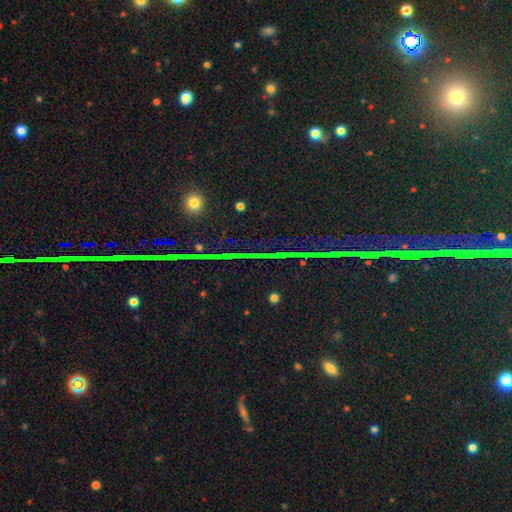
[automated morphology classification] star or artifact 87%, smooth 7%, featured or disk 6%.